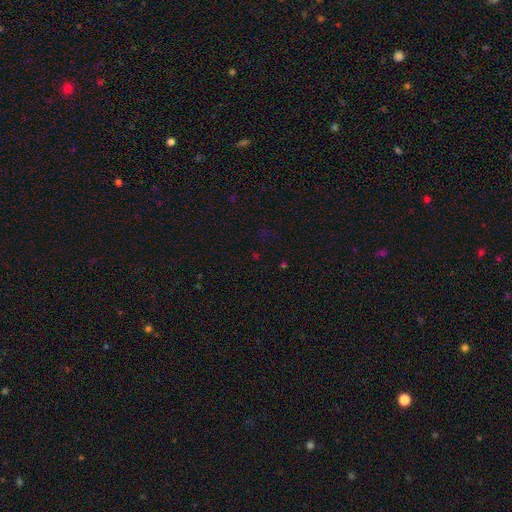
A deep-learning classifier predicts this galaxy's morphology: type=star or artifact (63%).